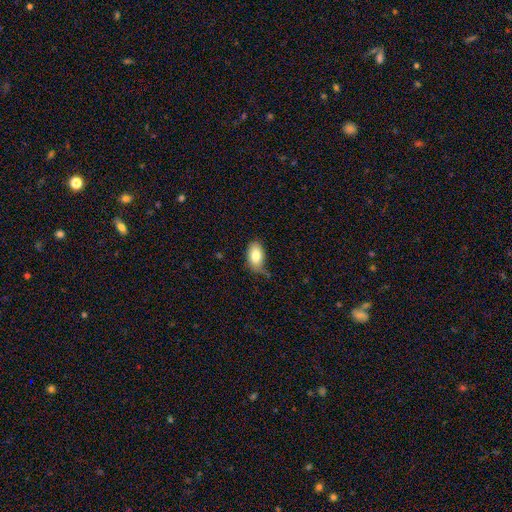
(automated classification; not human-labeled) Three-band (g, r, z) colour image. It shows a smooth galaxy with no disk features (81%) that is in between round and cigar-shaped (92%). Merging: none (55%).